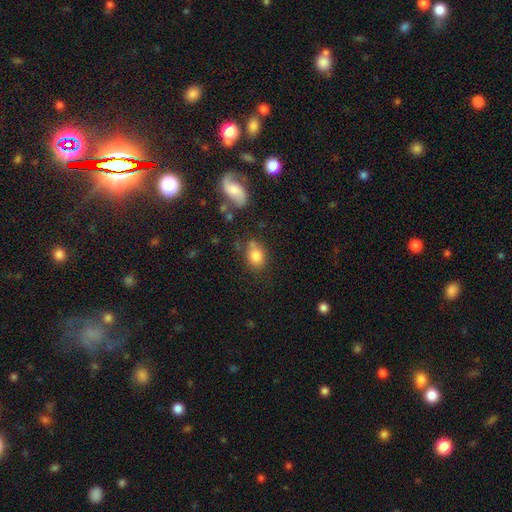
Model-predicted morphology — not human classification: A smooth galaxy with no disk features (81%) that is in between round and cigar-shaped (61%).

Vote fractions:
- Smooth or featured? smooth: 81% / star or artifact: 9% / featured or disk: 9%
- How rounded? in between: 61% / round: 38% / cigar-shaped: 1%
- Merging? none: 59% / minor disturbance: 23% / merger: 10% / major disturbance: 8%